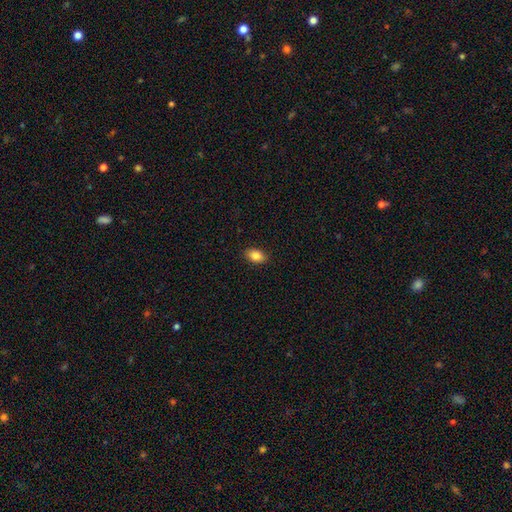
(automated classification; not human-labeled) Smooth or featured?
  - smooth: 86% *
  - star or artifact: 8%
  - featured or disk: 6%
How rounded?
  - in between: 87% *
  - round: 11%
  - cigar-shaped: 2%
Merging?
  - none: 89% *
  - minor disturbance: 8%
  - major disturbance: 2%
  - merger: 1%